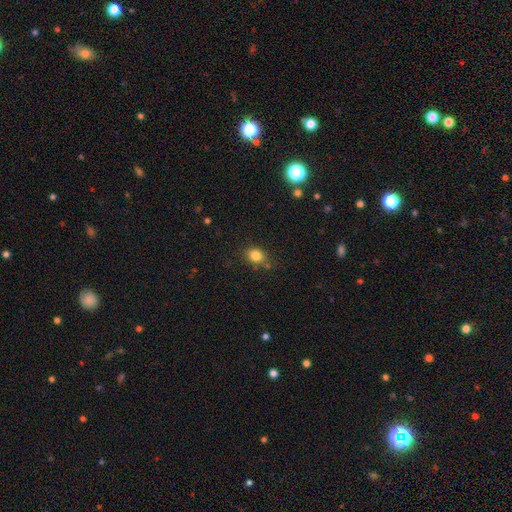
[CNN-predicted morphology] Smooth or featured? smooth (82%)
How rounded? round (59%)
Merging? none (75%)